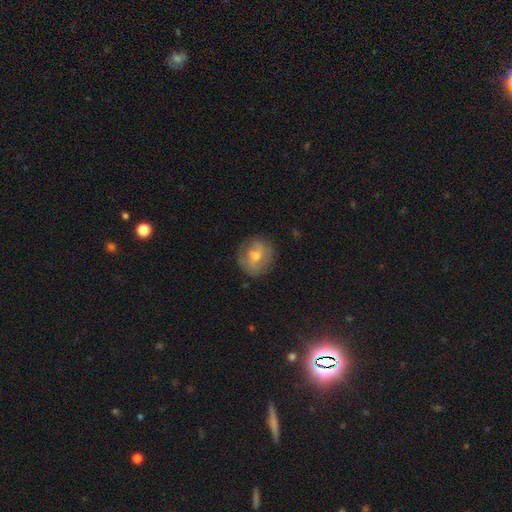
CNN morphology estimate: Smooth or featured: smooth — 49% (featured or disk — 44%)
Merging: none — 76% (minor disturbance — 16%)